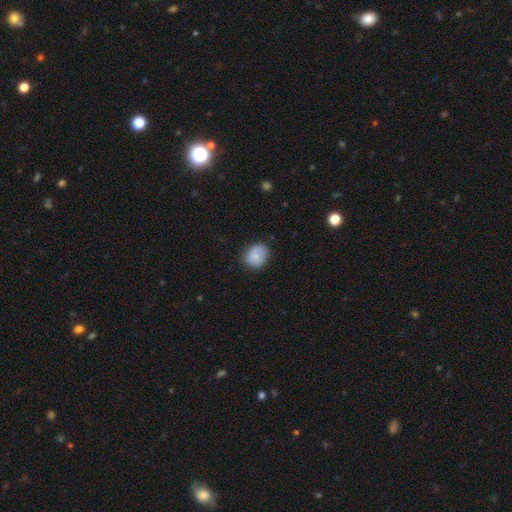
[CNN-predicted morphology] smooth-or-featured: smooth: 81% | featured or disk: 11% | star or artifact: 8%
  how-rounded: round: 52% | in between: 47% | cigar-shaped: 1%
  merging: none: 71% | minor disturbance: 22% | major disturbance: 5% | merger: 1%